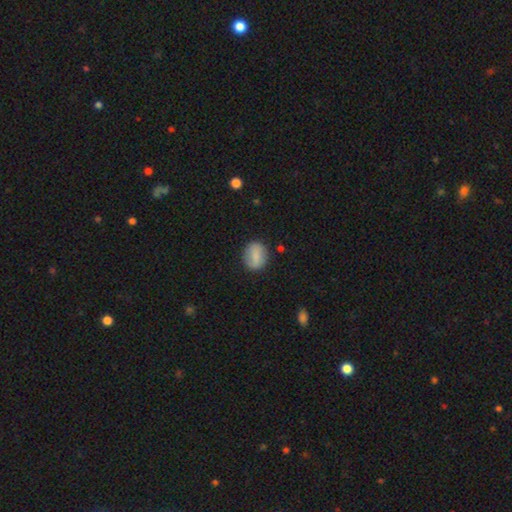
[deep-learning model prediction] smooth-or-featured: smooth: 76% | featured or disk: 17% | star or artifact: 7%
  how-rounded: round: 56% | in between: 42% | cigar-shaped: 2%
  merging: none: 83% | minor disturbance: 12% | major disturbance: 4% | merger: 2%